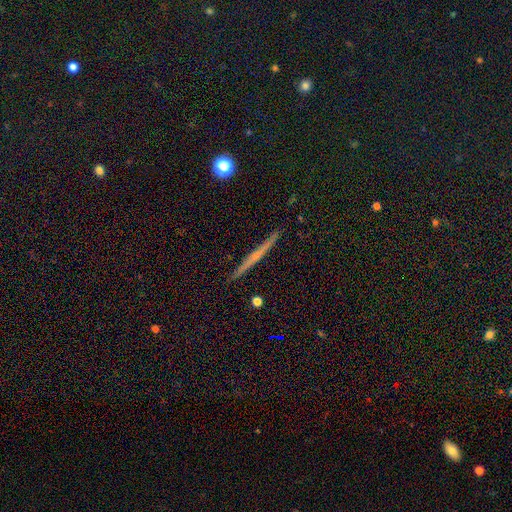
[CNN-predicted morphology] This is likely a featured or disk galaxy (70%). It is clearly viewed edge-on (98%). Edge-on bulge: possibly rounded (56%). Merging: clearly none (92%).